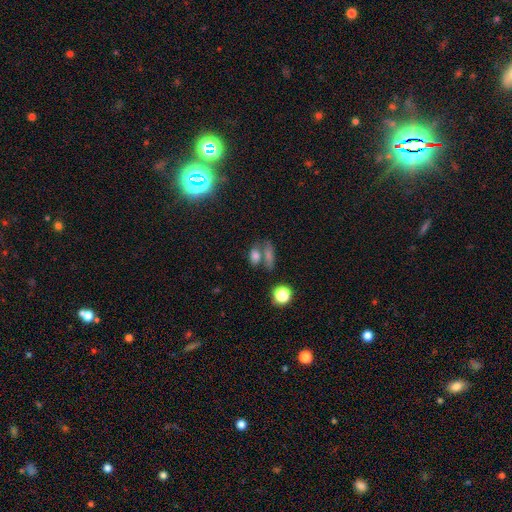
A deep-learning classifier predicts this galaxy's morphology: type=smooth (72%); roundness=in between (70%); merging=none (46%).